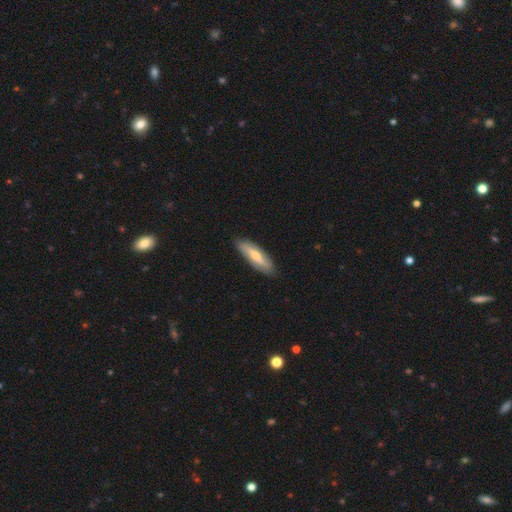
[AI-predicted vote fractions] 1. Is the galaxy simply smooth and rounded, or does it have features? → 52% featured or disk, 43% smooth, 5% star or artifact.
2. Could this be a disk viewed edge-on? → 60% no, 40% yes.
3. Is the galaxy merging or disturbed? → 85% none, 11% minor disturbance, 2% major disturbance, 1% merger.